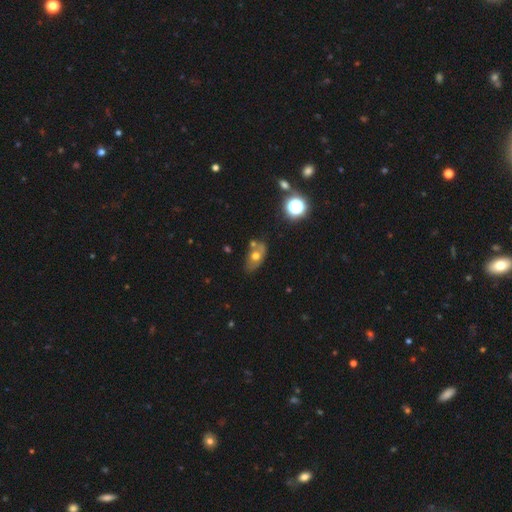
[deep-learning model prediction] This is possibly a smooth galaxy (49%). Merging: possibly none (51%).